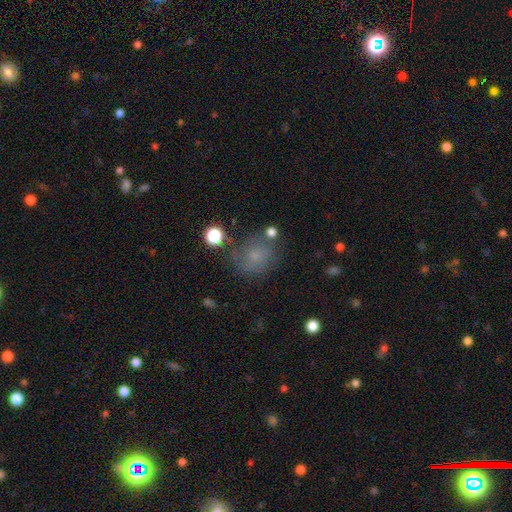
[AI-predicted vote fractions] smooth-or-featured: smooth: 61% | featured or disk: 20% | star or artifact: 19%
  how-rounded: round: 72% | in between: 27% | cigar-shaped: 1%
  merging: none: 60% | minor disturbance: 21% | major disturbance: 12% | merger: 7%